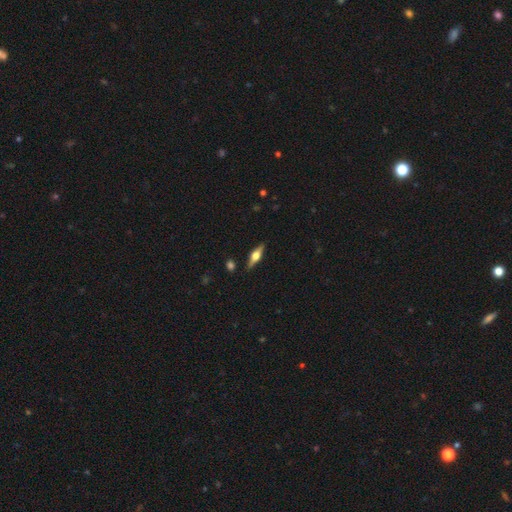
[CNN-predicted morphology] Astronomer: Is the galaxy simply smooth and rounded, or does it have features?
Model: featured or disk — 69%.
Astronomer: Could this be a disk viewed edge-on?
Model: yes — 97%.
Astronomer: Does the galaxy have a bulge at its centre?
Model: rounded — 93%.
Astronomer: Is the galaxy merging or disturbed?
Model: none — 89%.